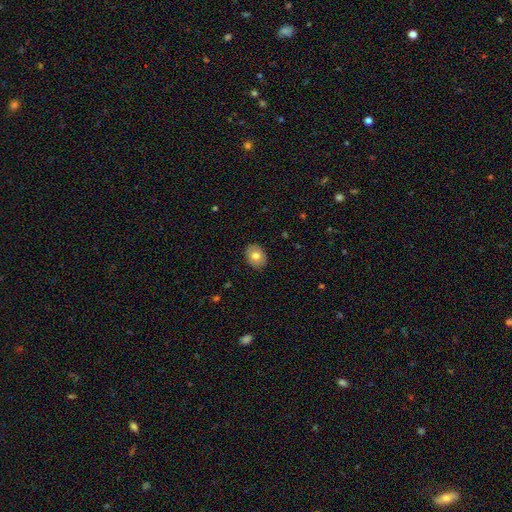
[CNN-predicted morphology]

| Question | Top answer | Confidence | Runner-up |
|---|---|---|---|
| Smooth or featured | smooth | 75% | featured or disk (18%) |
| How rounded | in between | 59% | round (40%) |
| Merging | none | 89% | minor disturbance (9%) |